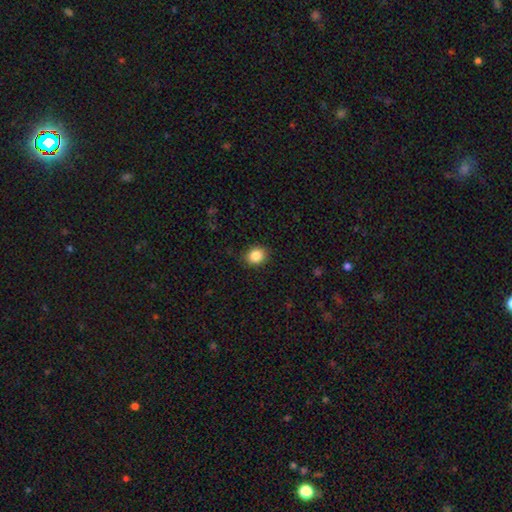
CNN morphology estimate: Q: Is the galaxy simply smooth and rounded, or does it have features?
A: smooth — 85%.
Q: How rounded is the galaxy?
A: round — 66%.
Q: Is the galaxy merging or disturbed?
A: none — 88%.